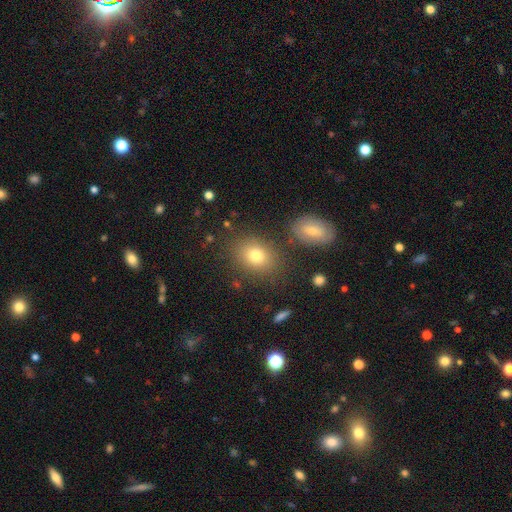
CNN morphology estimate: This is likely a smooth galaxy (77%). How rounded: likely in between (62%). Merging: likely none (79%).